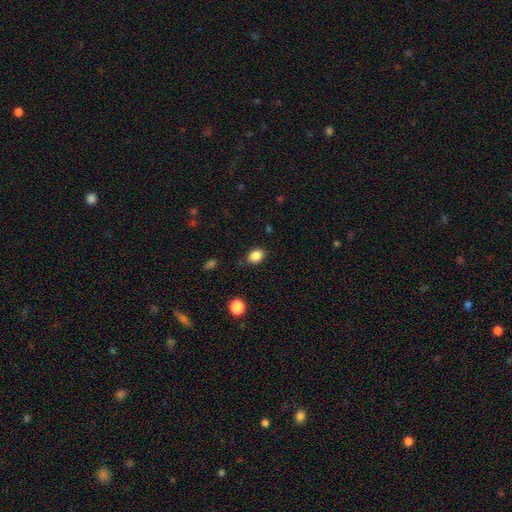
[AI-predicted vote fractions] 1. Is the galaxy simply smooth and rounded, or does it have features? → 86% smooth, 10% star or artifact, 4% featured or disk.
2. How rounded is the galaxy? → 63% in between, 36% round, 1% cigar-shaped.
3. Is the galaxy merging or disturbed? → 83% none, 12% minor disturbance, 3% major disturbance, 2% merger.